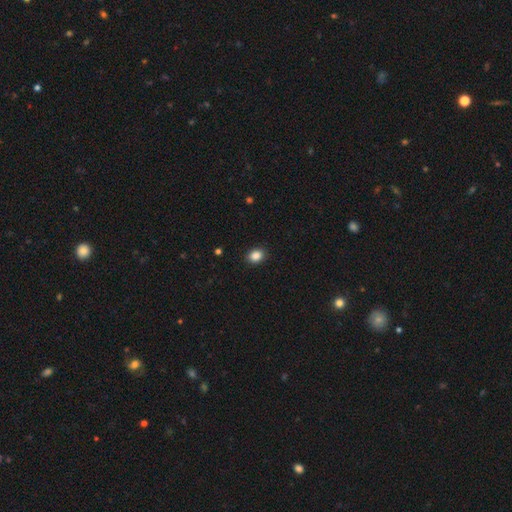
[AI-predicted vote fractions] Smooth or featured: smooth — 87% (star or artifact — 10%)
How rounded: in between — 58% (round — 41%)
Merging: none — 90% (minor disturbance — 8%)